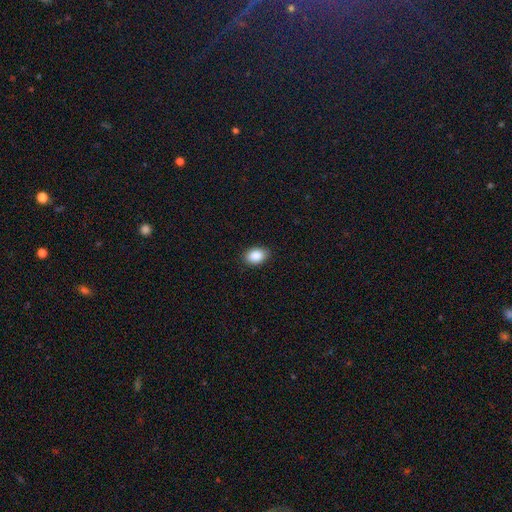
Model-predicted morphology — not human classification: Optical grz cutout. It shows a smooth galaxy with no disk features (86%) that is in between round and cigar-shaped (83%). Merging: none (89%).